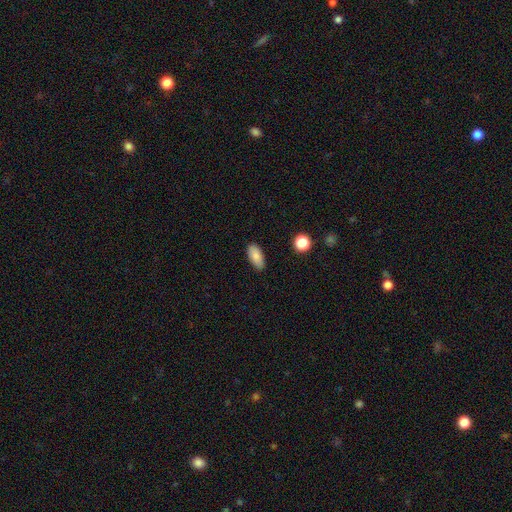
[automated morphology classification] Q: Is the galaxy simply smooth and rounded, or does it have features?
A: smooth — 84%.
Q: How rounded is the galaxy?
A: in between — 89%.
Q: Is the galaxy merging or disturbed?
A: none — 86%.